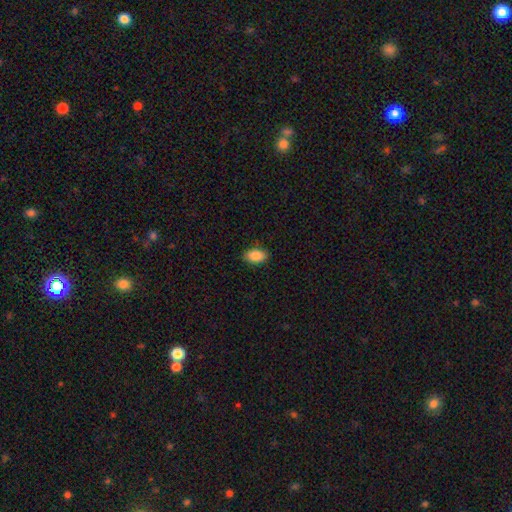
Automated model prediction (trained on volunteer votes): Smooth or featured: smooth — 87% (star or artifact — 7%)
How rounded: in between — 90% (round — 8%)
Merging: none — 87% (minor disturbance — 10%)